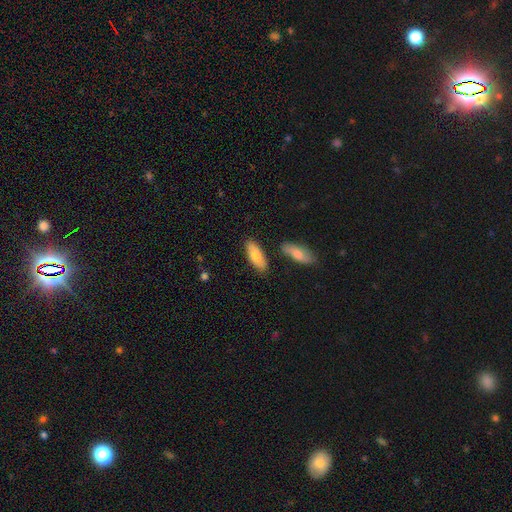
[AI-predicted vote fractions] This is likely a smooth galaxy (77%). How rounded: likely in between (78%). Merging: clearly none (81%).